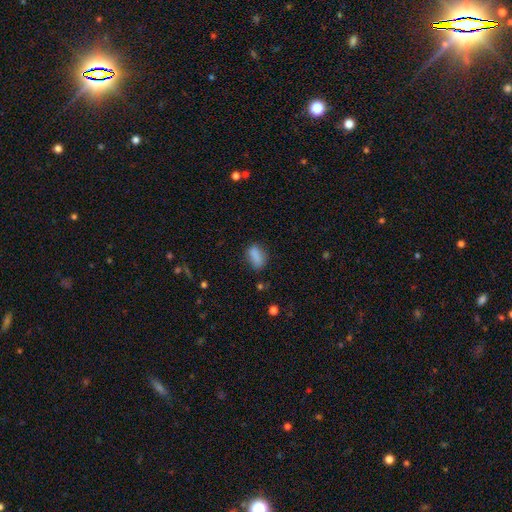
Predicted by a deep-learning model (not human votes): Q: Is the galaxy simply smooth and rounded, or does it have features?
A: smooth — 84%.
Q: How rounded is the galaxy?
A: in between — 83%.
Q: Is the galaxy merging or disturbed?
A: none — 66%.